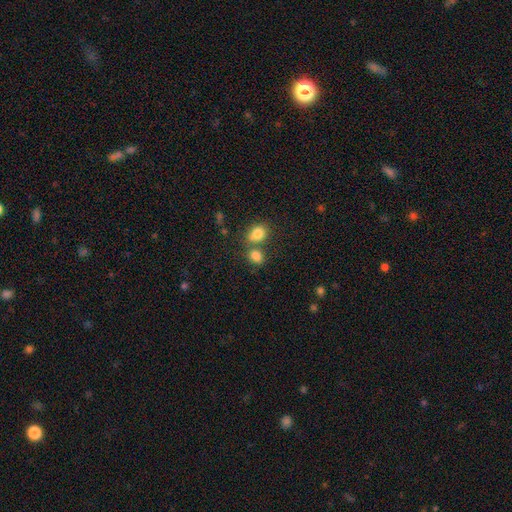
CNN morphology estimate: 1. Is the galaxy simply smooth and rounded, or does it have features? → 82% smooth, 11% star or artifact, 7% featured or disk.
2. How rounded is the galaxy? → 64% in between, 35% round, 1% cigar-shaped.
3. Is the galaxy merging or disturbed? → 49% none, 35% merger, 11% minor disturbance, 4% major disturbance.